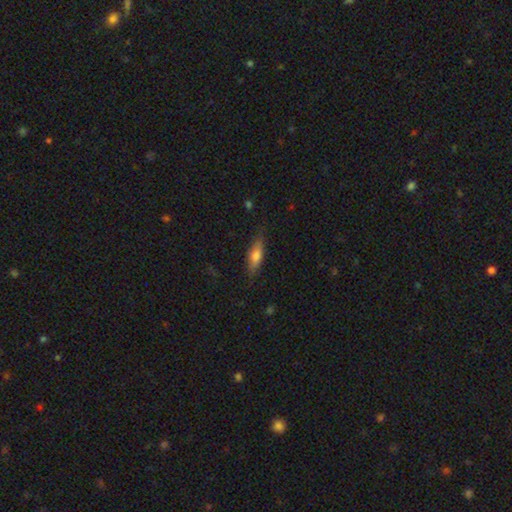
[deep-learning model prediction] Smooth or featured?
  - smooth: 69% *
  - featured or disk: 24%
  - star or artifact: 7%
How rounded?
  - in between: 53% *
  - cigar-shaped: 45%
  - round: 2%
Merging?
  - none: 79% *
  - minor disturbance: 16%
  - major disturbance: 3%
  - merger: 1%